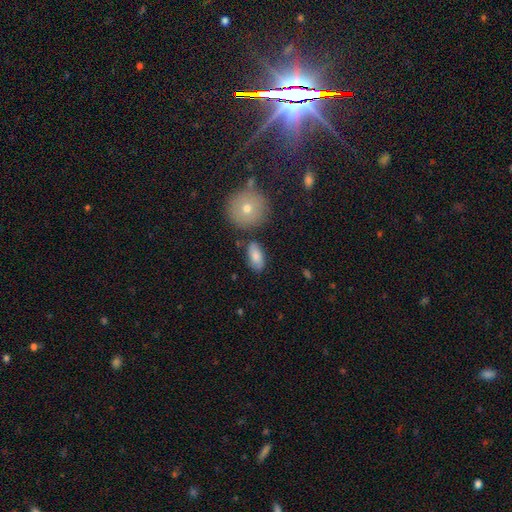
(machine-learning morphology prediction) A smooth galaxy with no disk features (80%) that is in between round and cigar-shaped (88%). Merging: none (77%).